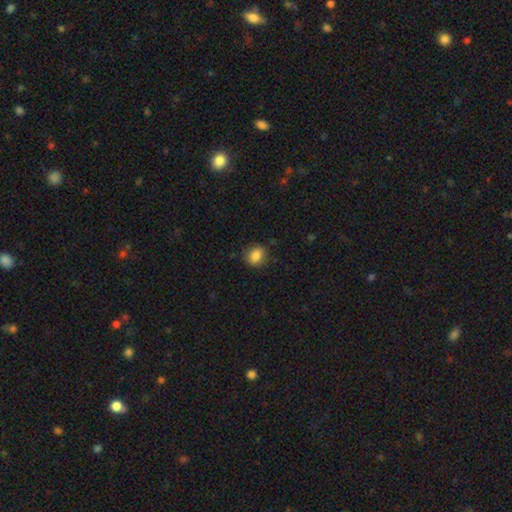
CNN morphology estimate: This is clearly a smooth galaxy (85%). How rounded: possibly round (55%). Merging: clearly none (85%).